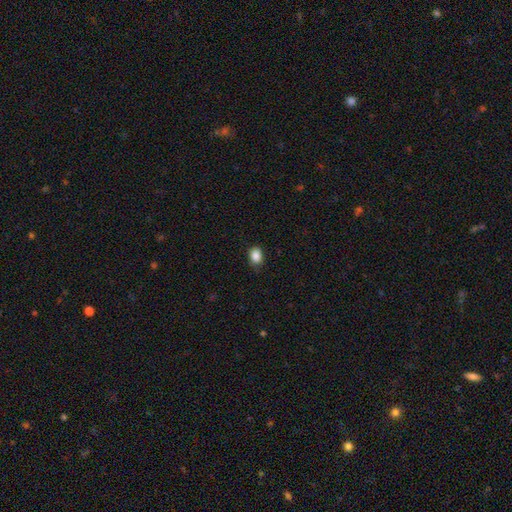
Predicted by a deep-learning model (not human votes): Smooth or featured?
  - smooth: 86% *
  - star or artifact: 9%
  - featured or disk: 4%
How rounded?
  - in between: 68% *
  - round: 30%
  - cigar-shaped: 1%
Merging?
  - none: 77% *
  - minor disturbance: 19%
  - major disturbance: 3%
  - merger: 1%